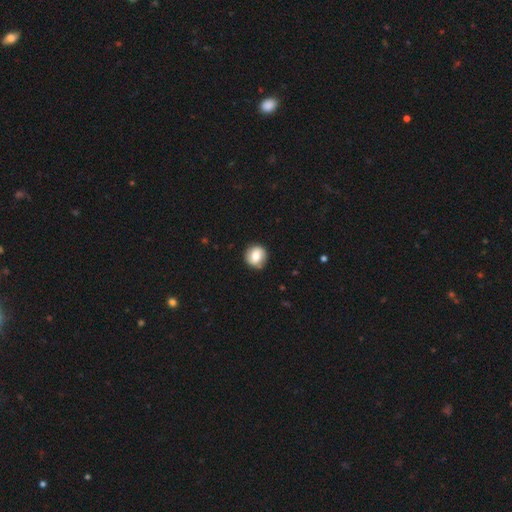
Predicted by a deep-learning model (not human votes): smooth_or_featured: smooth (p=0.68) [alt: featured or disk p=0.24]
how_rounded: round (p=0.90) [alt: in between p=0.09]
merging: none (p=0.87) [alt: minor disturbance p=0.09]